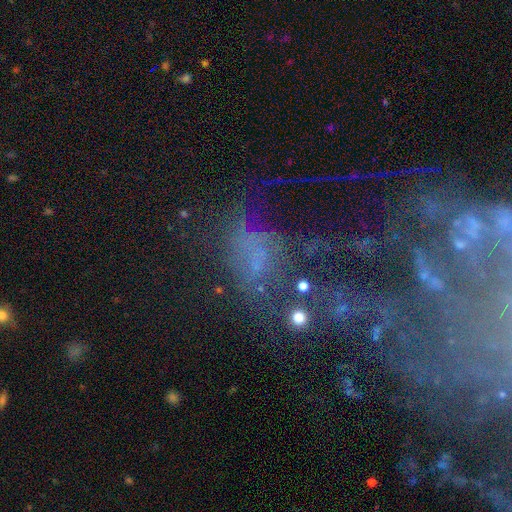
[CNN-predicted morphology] Smooth or featured? featured or disk (50%)
Merging? none (35%)